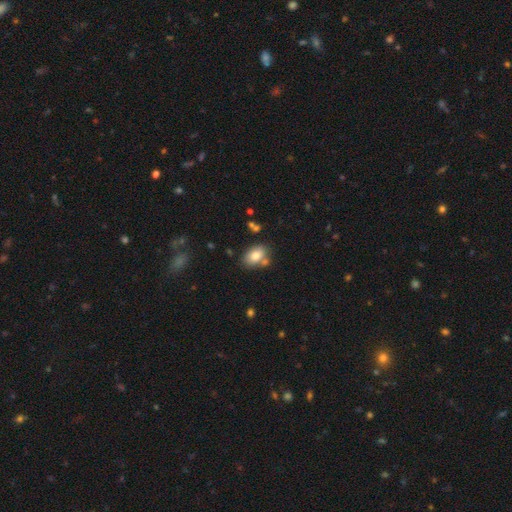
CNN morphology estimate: A smooth galaxy with no disk features (80%) that is in between round and cigar-shaped (86%).

Vote fractions:
- Smooth or featured? smooth: 80% / featured or disk: 12% / star or artifact: 8%
- How rounded? in between: 86% / round: 13% / cigar-shaped: 1%
- Merging? none: 68% / minor disturbance: 15% / merger: 14% / major disturbance: 4%